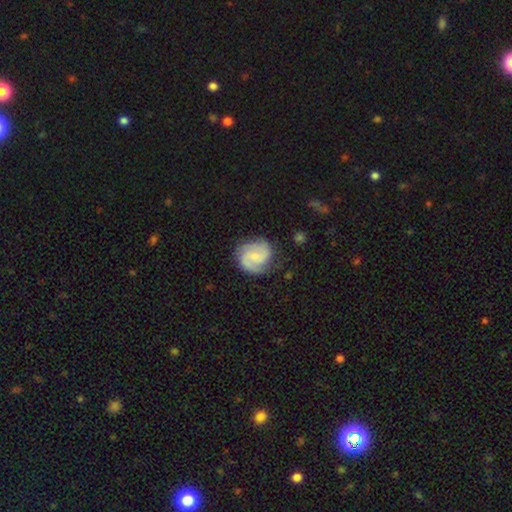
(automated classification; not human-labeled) A featured or disk galaxy (75%) with a weak bar (51%), 2 (78%) medium (48%) spiral arms (96%) and a small central bulge (55%).

Vote fractions:
- Smooth or featured? featured or disk: 75% / smooth: 19% / star or artifact: 6%
- Edge-on disk? no: 98% / yes: 2%
- Bar? weak: 51% / no: 39% / strong: 10%
- Spiral arms? yes: 96% / no: 4%
- Spiral winding? medium: 48% / tight: 35% / loose: 17%
- Spiral arm count? 2: 78% / can't tell: 9% / 3: 7% / 1: 3% / 4: 2% / more than 4: 2%
- Bulge size? small: 55% / moderate: 22% / none: 19% / large: 2% / dominant: 1%
- Merging? none: 75% / minor disturbance: 17% / major disturbance: 6% / merger: 2%